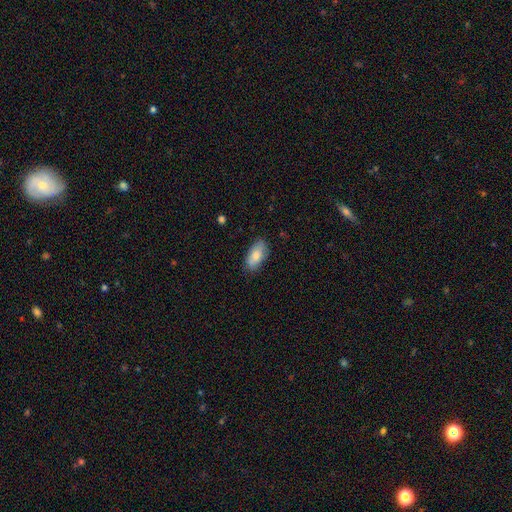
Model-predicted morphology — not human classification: type=smooth (79%); roundness=in between (90%); merging=none (81%).